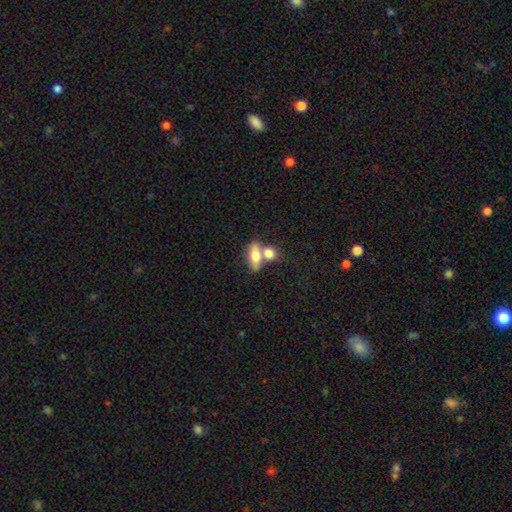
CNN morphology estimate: This appears to be a smooth galaxy with no disk features (72%) that is in between round and cigar-shaped (75%). Merging: merger (52%).